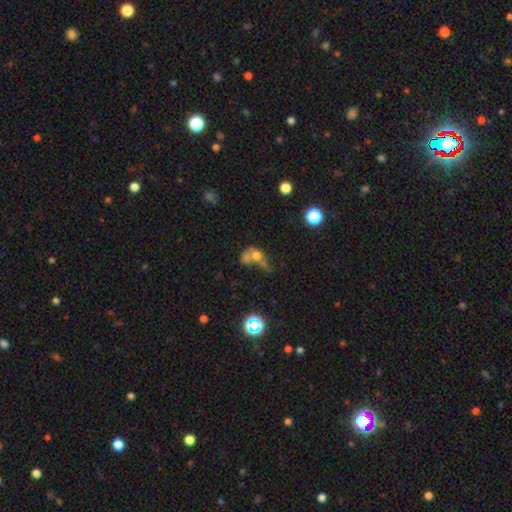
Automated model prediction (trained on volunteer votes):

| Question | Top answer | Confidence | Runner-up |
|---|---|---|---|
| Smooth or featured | smooth | 56% | featured or disk (24%) |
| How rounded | round | 54% | in between (44%) |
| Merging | merger | 58% | none (18%) |